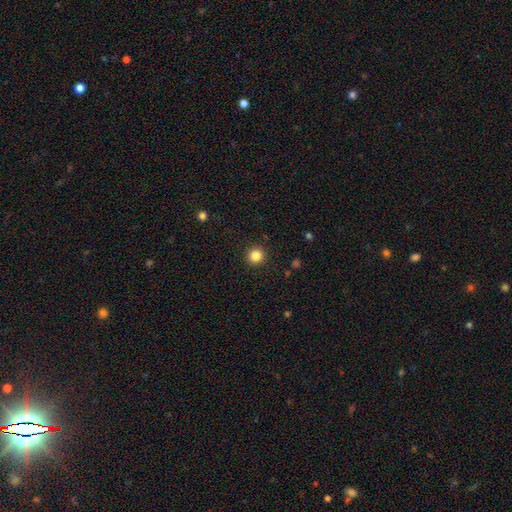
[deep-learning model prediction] Smooth or featured?
  - smooth: 84% *
  - star or artifact: 12%
  - featured or disk: 4%
How rounded?
  - round: 93% *
  - in between: 6%
  - cigar-shaped: 1%
Merging?
  - none: 92% *
  - minor disturbance: 5%
  - major disturbance: 2%
  - merger: 1%